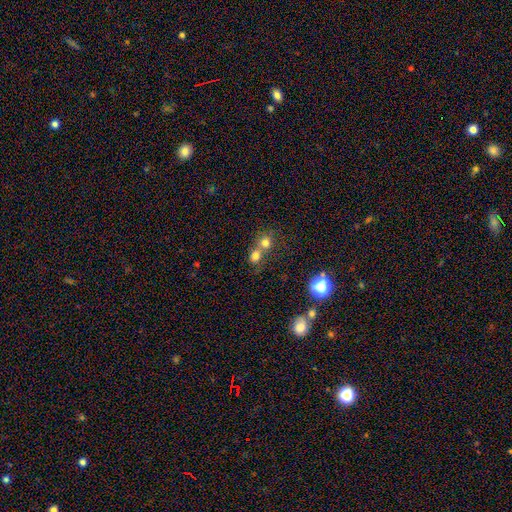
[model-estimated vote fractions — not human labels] smooth 73%, star or artifact 16%, featured or disk 11%. Down the decision tree: how rounded — round (78%); merging — merger (55%).